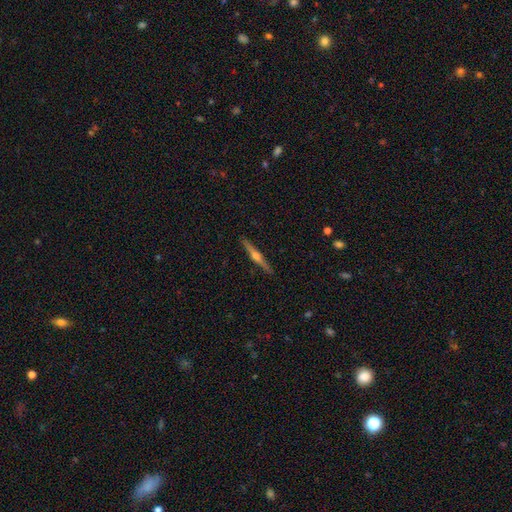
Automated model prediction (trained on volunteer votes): A featured or disk galaxy (73%) viewed edge-on (98%) with a rounded central bulge (89%). Merging: none (91%).